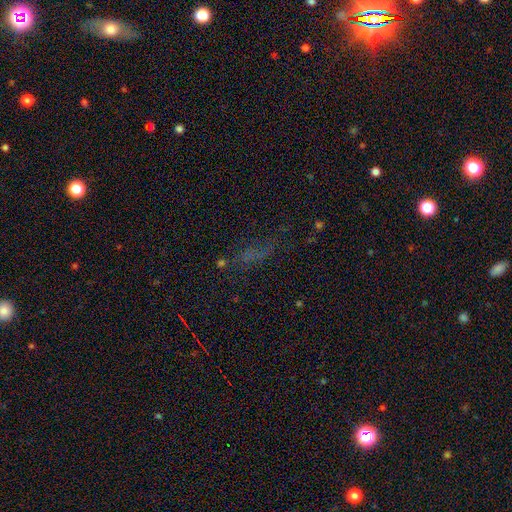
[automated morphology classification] smooth-or-featured: star or artifact: 47% | smooth: 31% | featured or disk: 22%